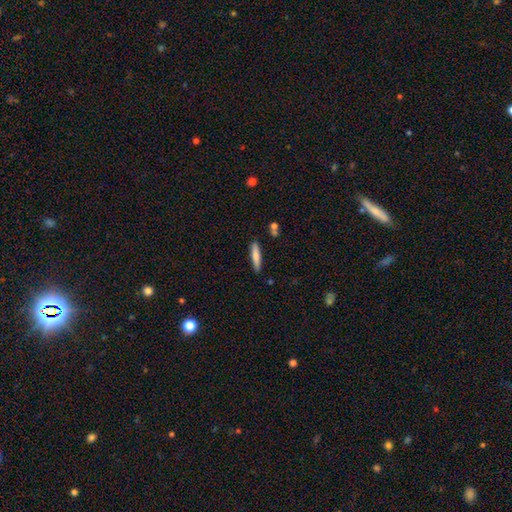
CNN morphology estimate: Smooth or featured? Predicted: smooth (p=0.74). How rounded? Predicted: cigar-shaped (p=0.88). Merging? Predicted: none (p=0.86).